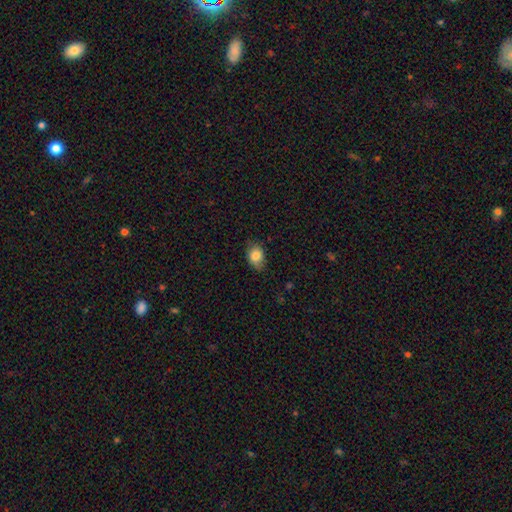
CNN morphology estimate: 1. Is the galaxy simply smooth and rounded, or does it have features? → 83% smooth, 9% star or artifact, 8% featured or disk.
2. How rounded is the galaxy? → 69% in between, 30% round, 1% cigar-shaped.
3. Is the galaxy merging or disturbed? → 72% none, 22% minor disturbance, 4% major disturbance, 1% merger.